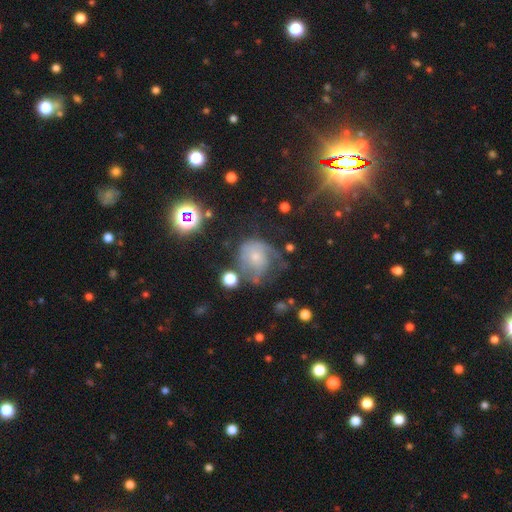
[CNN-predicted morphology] type=featured or disk (45%); merging=major disturbance (35%).